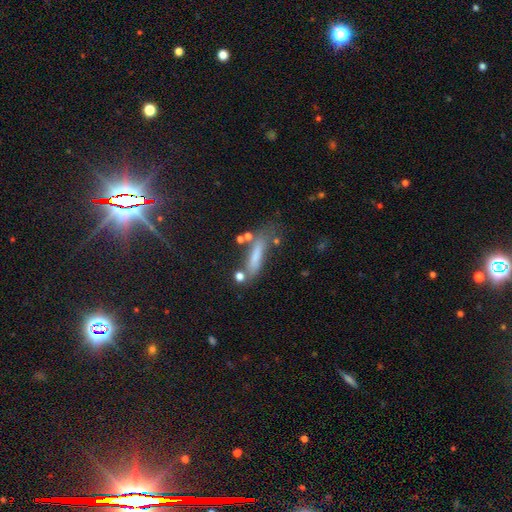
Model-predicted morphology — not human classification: Smooth or featured: smooth — 67% (featured or disk — 21%)
How rounded: cigar-shaped — 77% (in between — 20%)
Merging: none — 55% (minor disturbance — 21%)